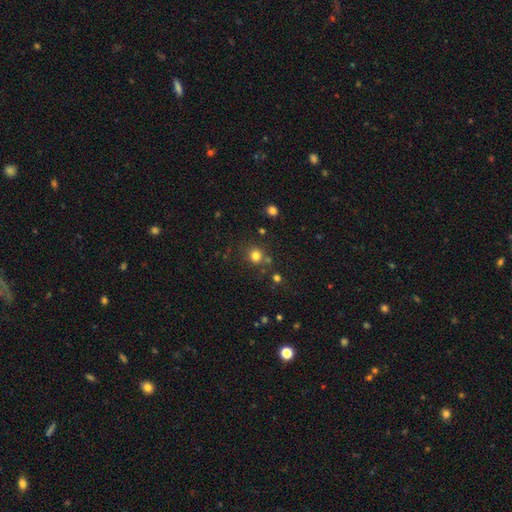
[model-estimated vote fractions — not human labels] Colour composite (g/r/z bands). It shows a smooth galaxy with no disk features (78%) that is round (90%). Merging: none (75%).